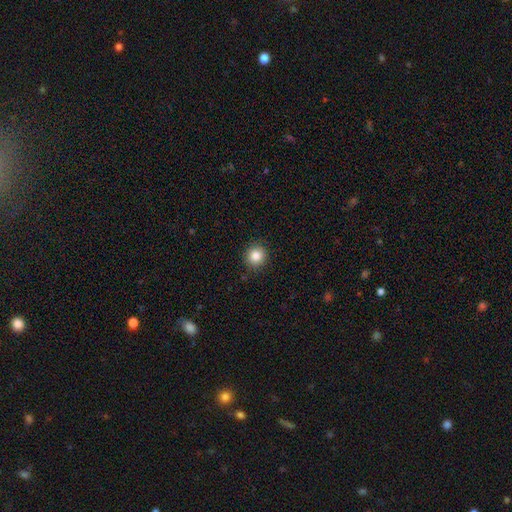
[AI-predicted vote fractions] This is clearly a smooth galaxy (84%). How rounded: clearly round (90%). Merging: clearly none (90%).